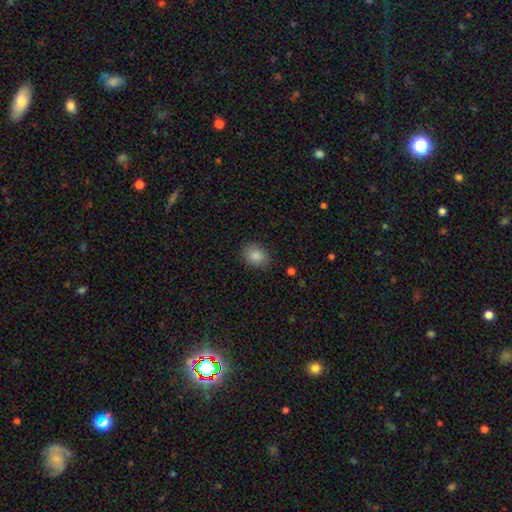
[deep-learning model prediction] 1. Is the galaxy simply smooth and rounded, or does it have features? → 86% smooth, 8% star or artifact, 5% featured or disk.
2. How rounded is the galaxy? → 63% in between, 36% round, 1% cigar-shaped.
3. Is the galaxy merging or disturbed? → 83% none, 13% minor disturbance, 3% major disturbance, 1% merger.